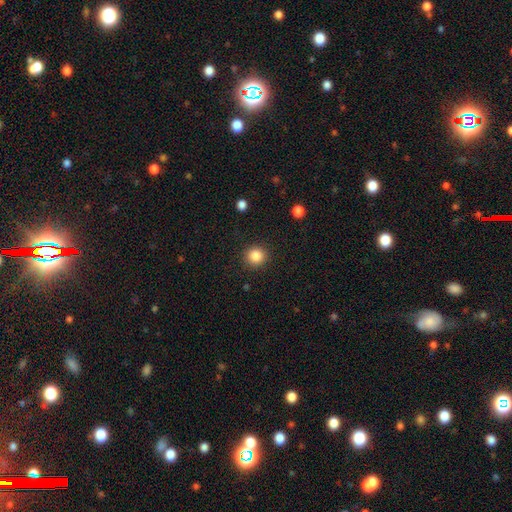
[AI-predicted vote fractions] Smooth or featured? smooth (86%)
How rounded? round (91%)
Merging? none (90%)